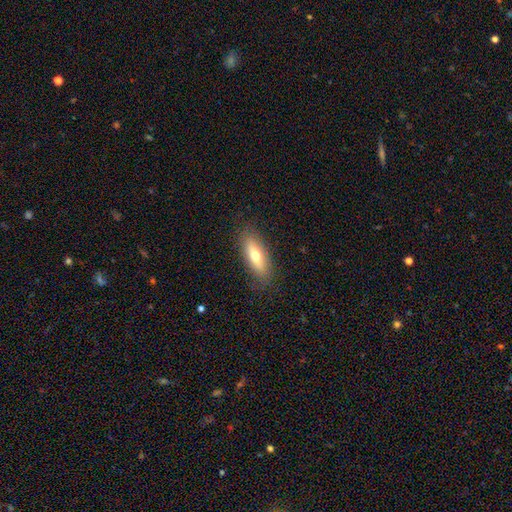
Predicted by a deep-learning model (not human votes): Smooth or featured: smooth — 69% (featured or disk — 24%)
How rounded: in between — 61% (cigar-shaped — 37%)
Merging: none — 86% (minor disturbance — 10%)